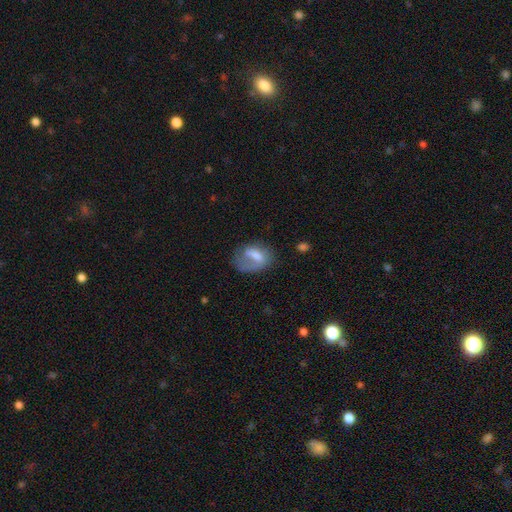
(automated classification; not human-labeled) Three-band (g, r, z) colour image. It shows a smooth galaxy with no disk features (55%) that is in between round and cigar-shaped (73%). Merging: major disturbance (36%).